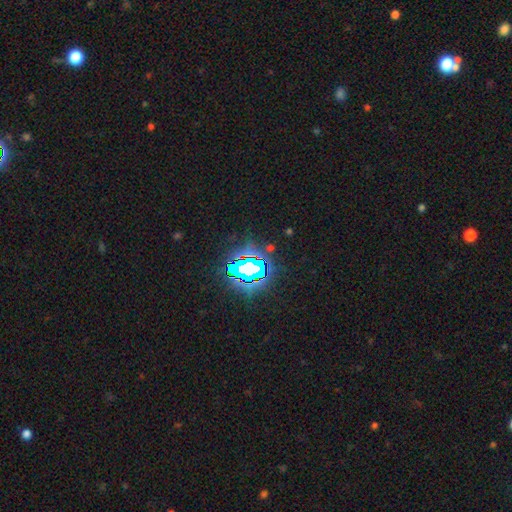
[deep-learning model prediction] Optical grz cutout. It shows a star or artifact, not a galaxy (79%).